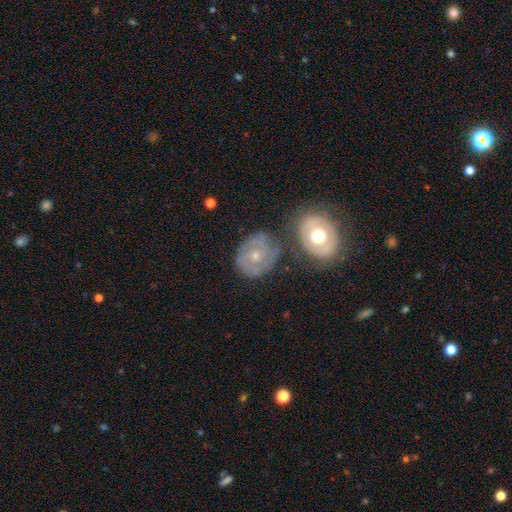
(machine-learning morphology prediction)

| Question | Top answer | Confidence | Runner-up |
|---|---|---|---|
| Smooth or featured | featured or disk | 59% | smooth (34%) |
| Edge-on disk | no | 96% | yes (4%) |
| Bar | no | 84% | weak (13%) |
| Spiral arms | yes | 58% | no (42%) |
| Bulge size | moderate | 51% | small (44%) |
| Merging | none | 62% | minor disturbance (20%) |